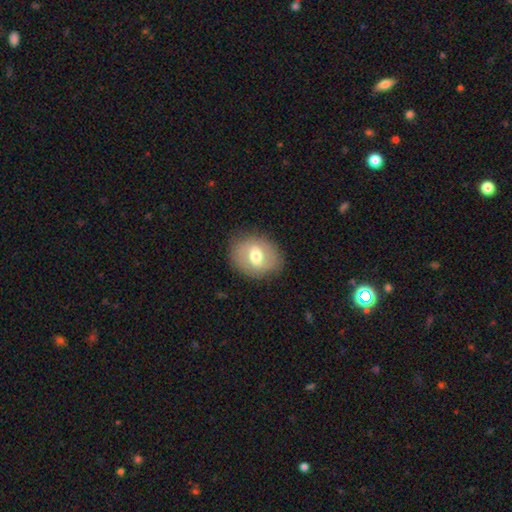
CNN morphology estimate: Smooth or featured? smooth (51%)
How rounded? round (51%)
Merging? none (82%)